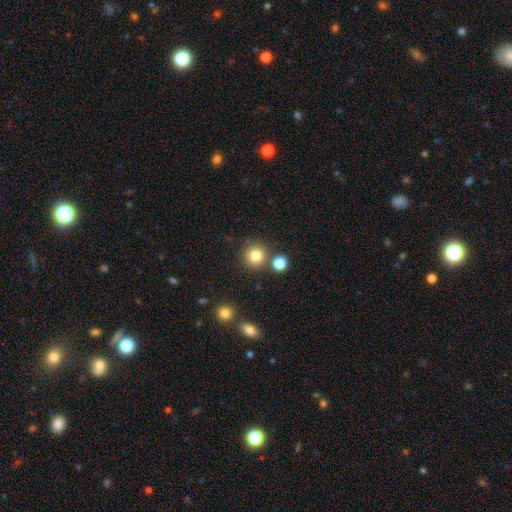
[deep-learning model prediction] smooth 81%, star or artifact 12%, featured or disk 7%. Down the decision tree: how rounded — round (93%); merging — none (80%).